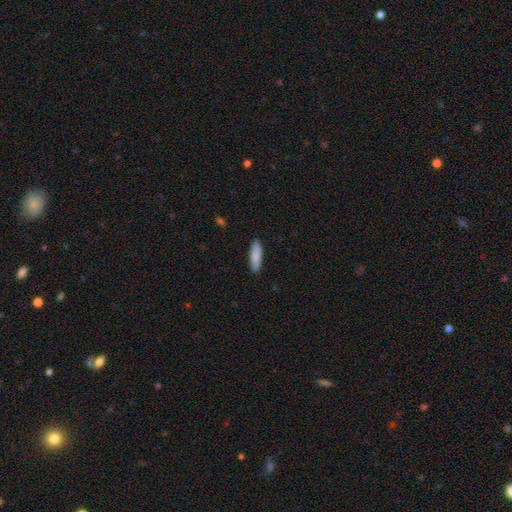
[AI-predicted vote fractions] A smooth galaxy with no disk features (84%) that is cigar-shaped (55%).

Vote fractions:
- Smooth or featured? smooth: 84% / featured or disk: 10% / star or artifact: 6%
- How rounded? cigar-shaped: 55% / in between: 43% / round: 2%
- Merging? none: 88% / minor disturbance: 9% / major disturbance: 2% / merger: 1%